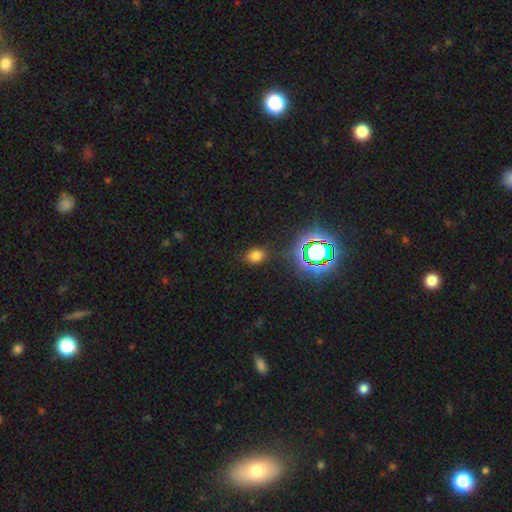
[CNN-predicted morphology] The model was most divided on "how rounded": round: 50%, in between: 49%, cigar-shaped: 1%. More confident: merging — none (83%); smooth or featured — smooth (69%).